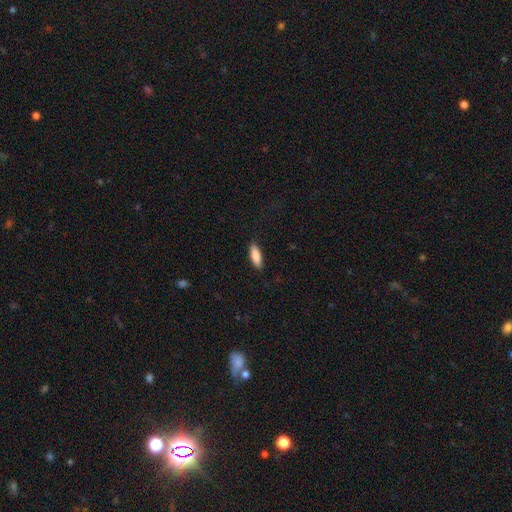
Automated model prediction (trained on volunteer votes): Smooth or featured?
  - smooth: 88% *
  - featured or disk: 7%
  - star or artifact: 6%
How rounded?
  - in between: 64% *
  - cigar-shaped: 34%
  - round: 2%
Merging?
  - none: 88% *
  - minor disturbance: 9%
  - major disturbance: 2%
  - merger: 1%